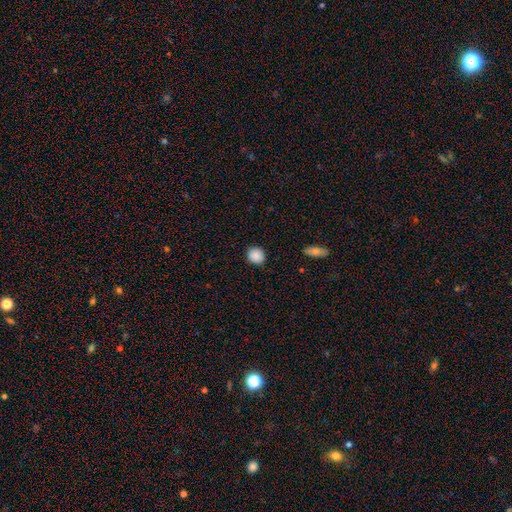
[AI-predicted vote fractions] A smooth galaxy with no disk features (89%) that is round (86%).

Vote fractions:
- Smooth or featured? smooth: 89% / star or artifact: 8% / featured or disk: 3%
- How rounded? round: 86% / in between: 13% / cigar-shaped: 1%
- Merging? none: 90% / minor disturbance: 7% / major disturbance: 2% / merger: 1%